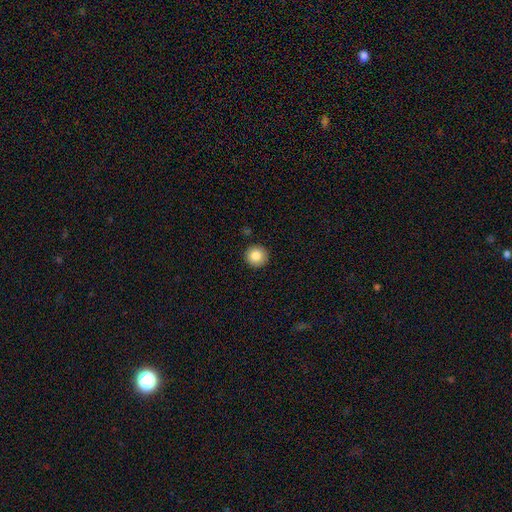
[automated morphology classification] A smooth galaxy with no disk features (85%) that is round (95%).

Vote fractions:
- Smooth or featured? smooth: 85% / star or artifact: 9% / featured or disk: 6%
- How rounded? round: 95% / in between: 4% / cigar-shaped: 1%
- Merging? none: 91% / minor disturbance: 6% / major disturbance: 2% / merger: 1%